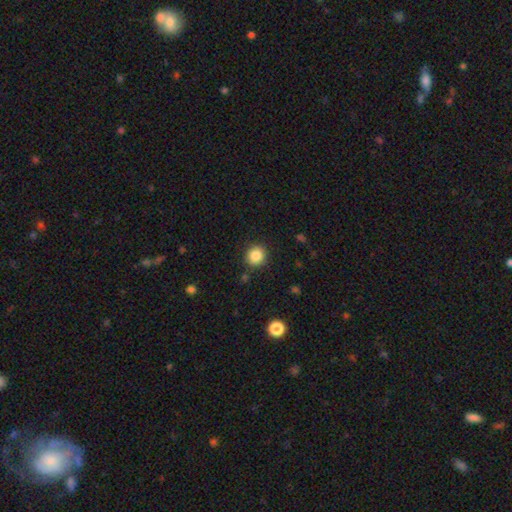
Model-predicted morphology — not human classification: type=smooth (85%); roundness=round (88%); merging=none (88%).